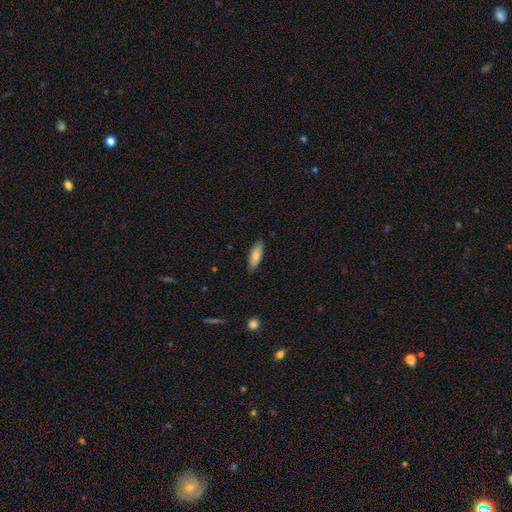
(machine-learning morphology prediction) Smooth or featured? Predicted: smooth (p=0.76). How rounded? Predicted: in between (p=0.58). Merging? Predicted: none (p=0.87).